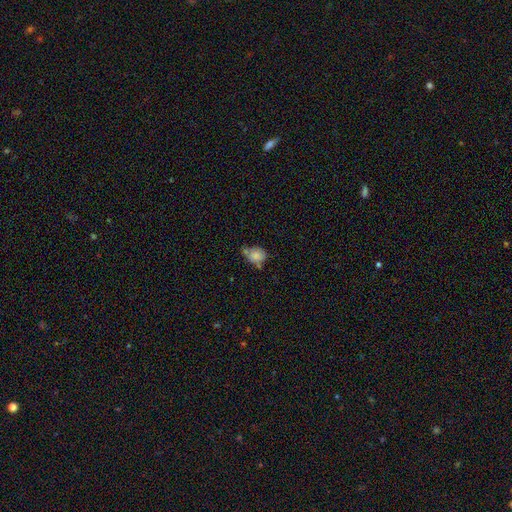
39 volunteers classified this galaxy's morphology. smooth_or_featured: smooth (p=0.85) [alt: featured or disk p=0.08]
how_rounded: round (p=0.79) [alt: in between p=0.21]
merging: merger (p=0.39) [alt: none p=0.36]